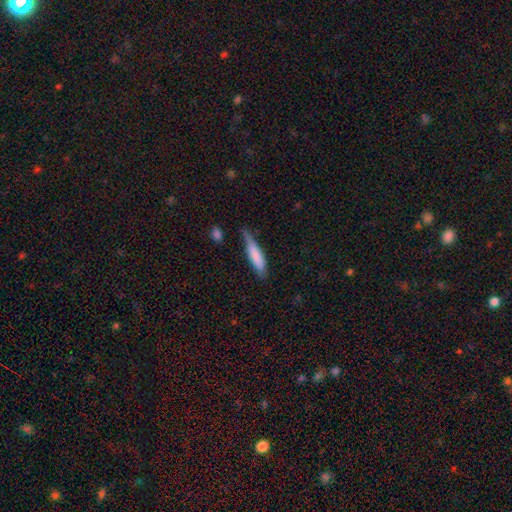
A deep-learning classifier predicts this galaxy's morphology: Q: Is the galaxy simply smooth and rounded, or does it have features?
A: smooth — 78%.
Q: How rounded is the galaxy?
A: cigar-shaped — 76%.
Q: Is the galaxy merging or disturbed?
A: none — 53%.